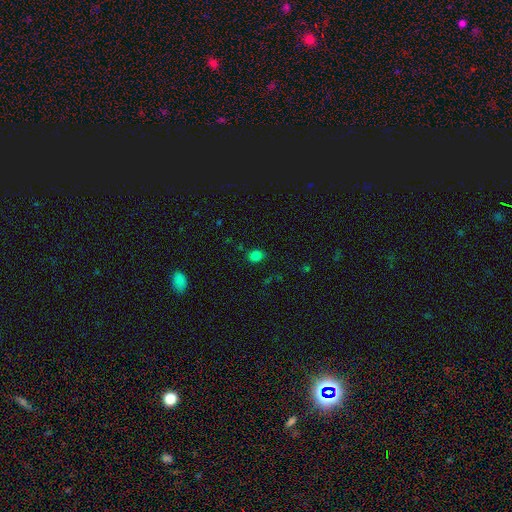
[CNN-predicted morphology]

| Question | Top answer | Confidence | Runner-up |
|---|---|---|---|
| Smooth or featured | smooth | 80% | star or artifact (16%) |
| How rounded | round | 55% | in between (44%) |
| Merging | none | 85% | minor disturbance (10%) |